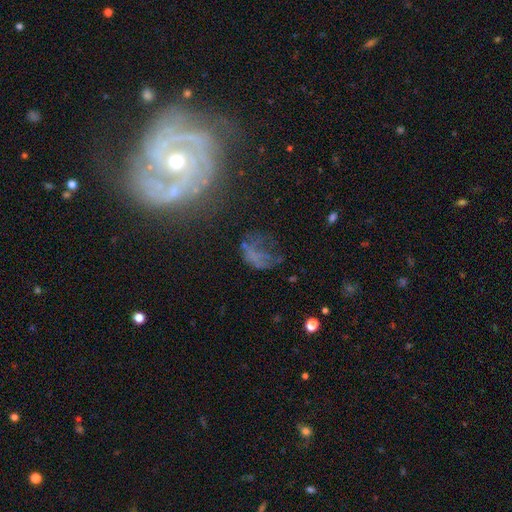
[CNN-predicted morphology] smooth 37%, featured or disk 35%, star or artifact 28%. Down the decision tree: merging — major disturbance (42%).